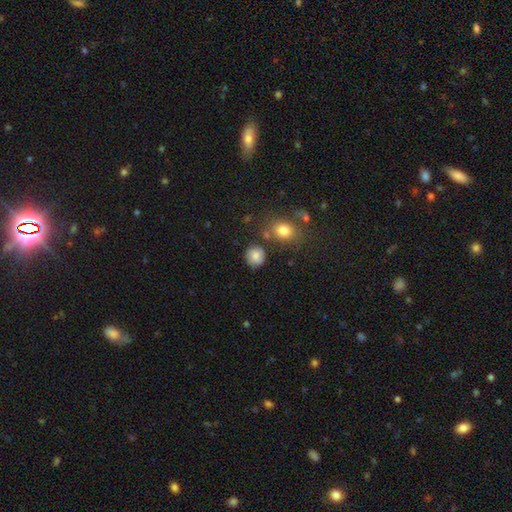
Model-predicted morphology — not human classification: A smooth galaxy with no disk features (82%) that is round (88%).

Vote fractions:
- Smooth or featured? smooth: 82% / star or artifact: 10% / featured or disk: 9%
- How rounded? round: 88% / in between: 11% / cigar-shaped: 1%
- Merging? none: 78% / minor disturbance: 12% / merger: 6% / major disturbance: 4%